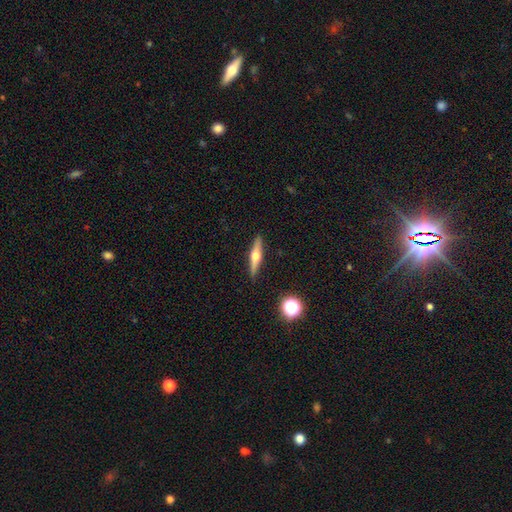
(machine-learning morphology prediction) A featured or disk galaxy (64%) viewed edge-on (96%) with a rounded central bulge (94%).

Vote fractions:
- Smooth or featured? featured or disk: 64% / smooth: 30% / star or artifact: 7%
- Edge-on disk? yes: 96% / no: 4%
- Edge-on bulge? rounded: 94% / boxy: 3% / none: 3%
- Merging? none: 90% / minor disturbance: 7% / major disturbance: 2% / merger: 1%